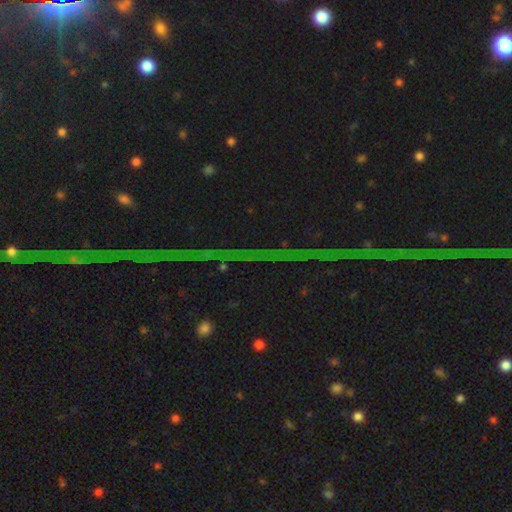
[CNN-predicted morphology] star or artifact 75%, featured or disk 15%, smooth 10%.